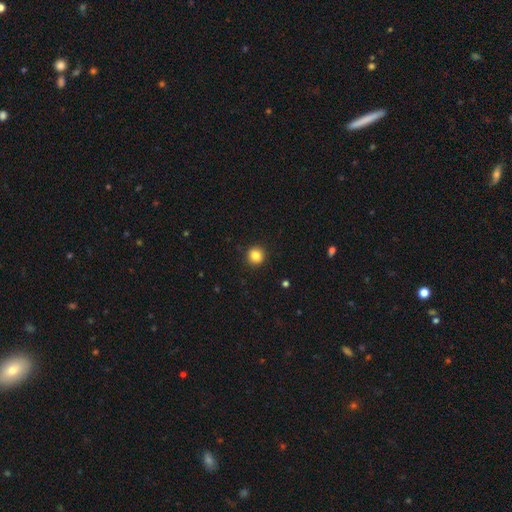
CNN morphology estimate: smooth 85%, star or artifact 10%, featured or disk 5%. Down the decision tree: how rounded — round (92%); merging — none (92%).